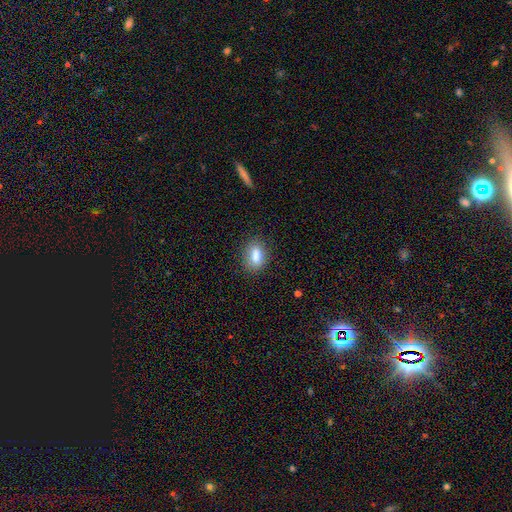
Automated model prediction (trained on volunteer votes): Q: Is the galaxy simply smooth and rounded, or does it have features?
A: smooth — 83%.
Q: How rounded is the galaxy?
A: in between — 83%.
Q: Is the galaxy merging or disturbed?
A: none — 80%.